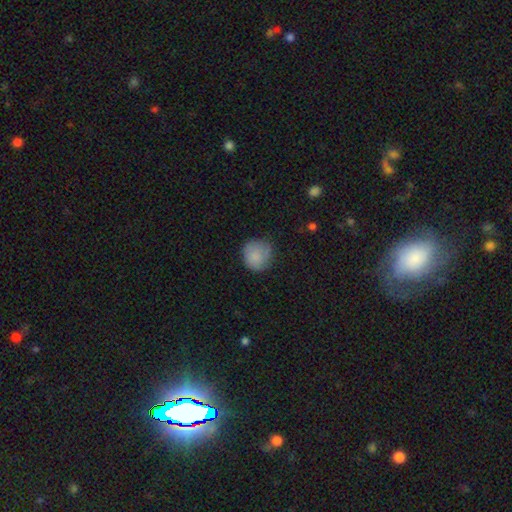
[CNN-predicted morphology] smooth 79%, featured or disk 13%, star or artifact 8%. Down the decision tree: how rounded — round (87%); merging — none (66%).